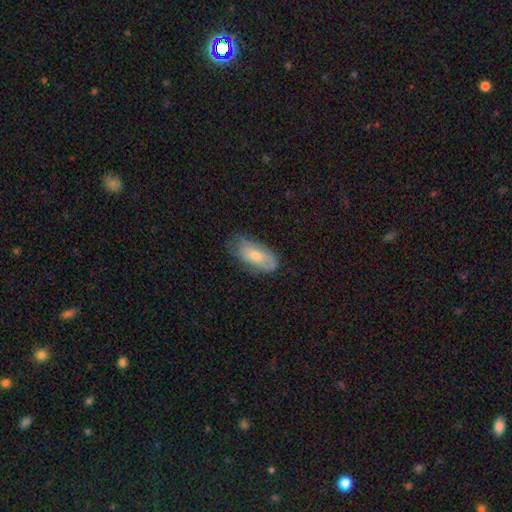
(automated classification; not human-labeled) This is likely a smooth galaxy (65%). How rounded: clearly in between (91%). Merging: possibly none (56%).